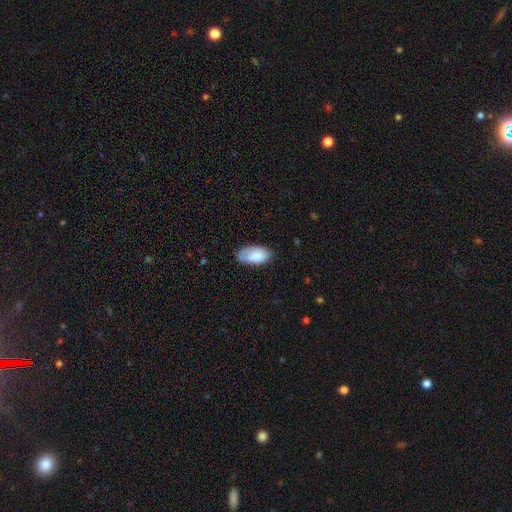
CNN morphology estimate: type=smooth (82%); roundness=in between (95%); merging=none (70%).